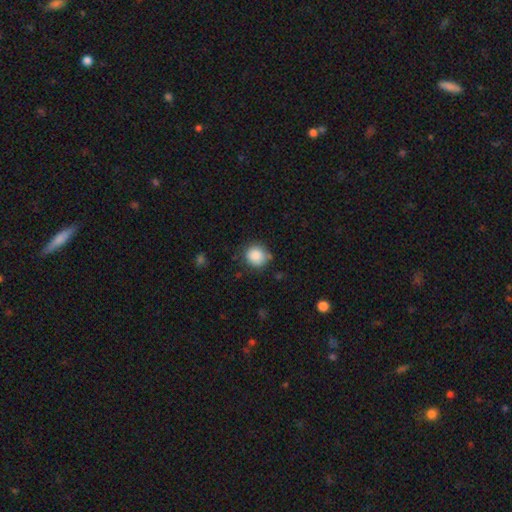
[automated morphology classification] Smooth or featured? smooth (88%)
How rounded? round (87%)
Merging? none (78%)